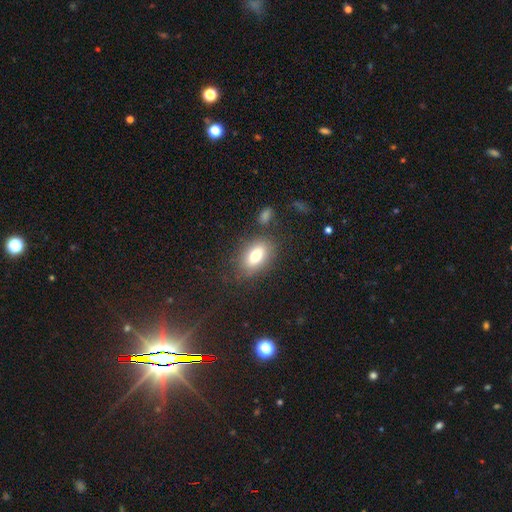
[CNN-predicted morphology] Overall: smooth (76%). How rounded: in between (84%). Merging: none (77%).